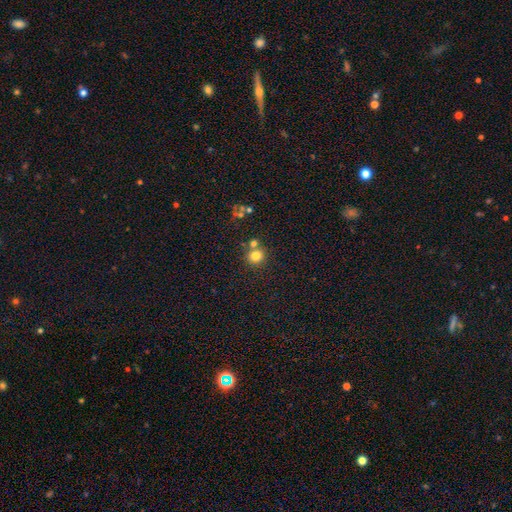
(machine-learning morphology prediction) Q: Smooth or featured?
A: smooth (79%); runner-up: star or artifact (13%)
Q: How rounded?
A: round (86%); runner-up: in between (13%)
Q: Merging?
A: none (66%); runner-up: merger (22%)